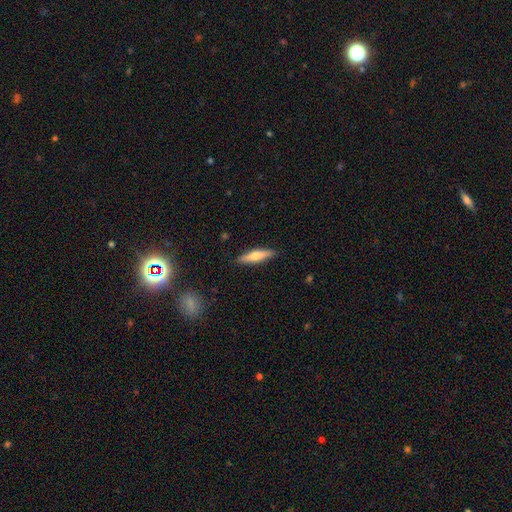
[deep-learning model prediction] A smooth galaxy with no disk features (56%) that is cigar-shaped (79%).

Vote fractions:
- Smooth or featured? smooth: 56% / featured or disk: 38% / star or artifact: 6%
- How rounded? cigar-shaped: 79% / in between: 20% / round: 2%
- Merging? none: 89% / minor disturbance: 8% / major disturbance: 2% / merger: 1%